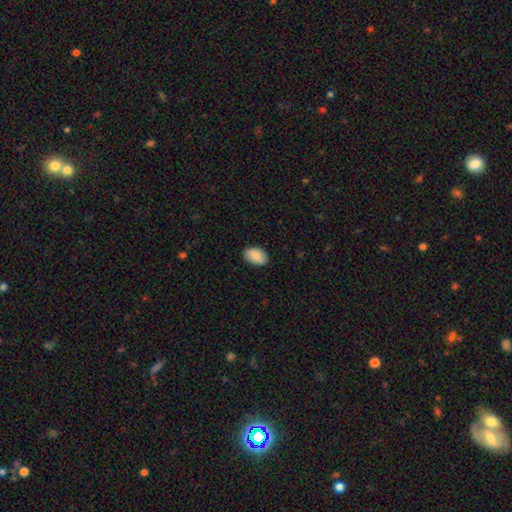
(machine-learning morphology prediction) Q: Smooth or featured?
A: smooth (89%); runner-up: star or artifact (6%)
Q: How rounded?
A: in between (92%); runner-up: round (7%)
Q: Merging?
A: none (88%); runner-up: minor disturbance (9%)